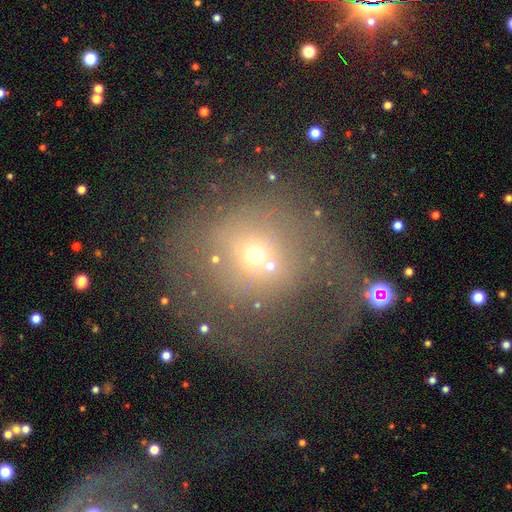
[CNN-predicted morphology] smooth_or_featured: smooth (p=0.50) [alt: featured or disk p=0.30]
merging: major disturbance (p=0.39) [alt: none p=0.34]